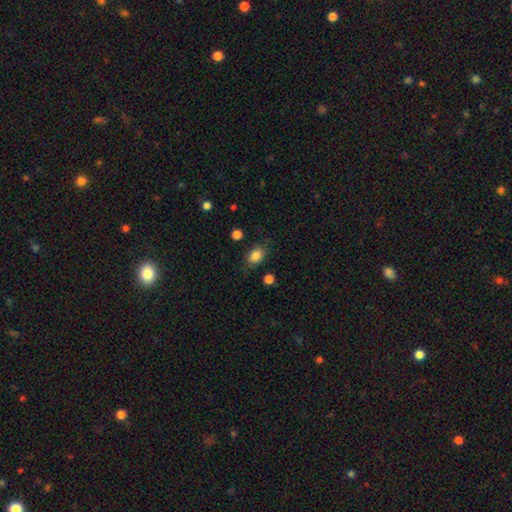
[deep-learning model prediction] Morphology: type=smooth (85%); roundness=in between (68%); merging=none (78%).